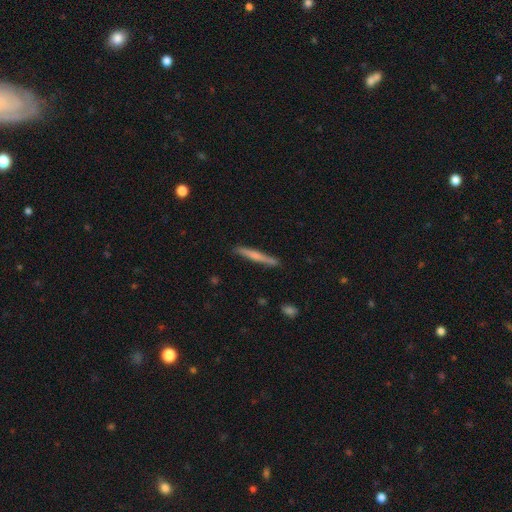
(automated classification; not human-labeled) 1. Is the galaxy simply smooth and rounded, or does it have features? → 51% smooth, 43% featured or disk, 6% star or artifact.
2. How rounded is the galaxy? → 96% cigar-shaped, 3% in between, 2% round.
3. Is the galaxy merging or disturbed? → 88% none, 8% minor disturbance, 2% major disturbance, 1% merger.